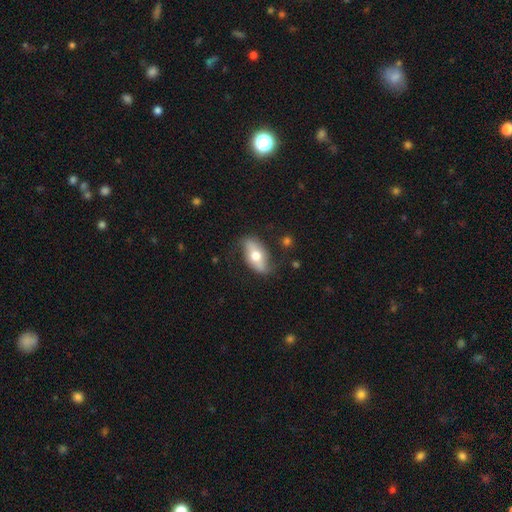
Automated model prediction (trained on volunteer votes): This appears to be a smooth galaxy with no disk features (50%). Merging: none (73%).